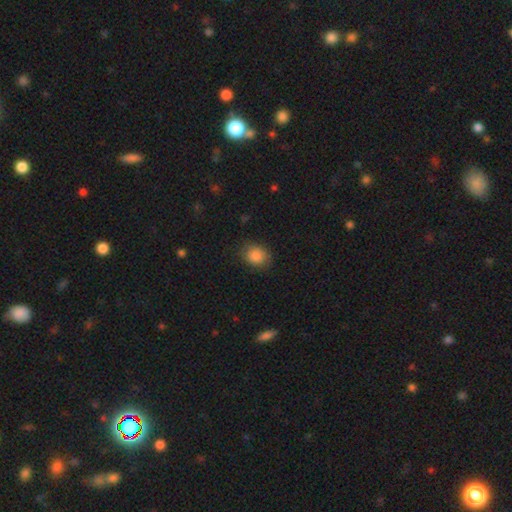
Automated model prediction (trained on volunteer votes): smooth_or_featured: smooth (p=0.87) [alt: star or artifact p=0.09]
how_rounded: round (p=0.65) [alt: in between p=0.34]
merging: none (p=0.79) [alt: minor disturbance p=0.15]